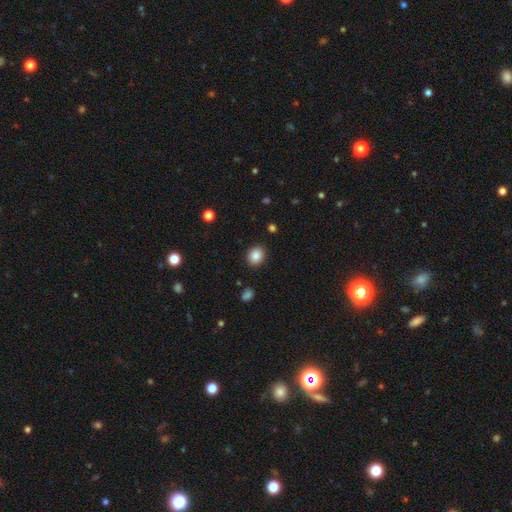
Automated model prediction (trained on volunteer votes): Q: Smooth or featured?
A: smooth (85%); runner-up: star or artifact (9%)
Q: How rounded?
A: round (65%); runner-up: in between (34%)
Q: Merging?
A: none (90%); runner-up: minor disturbance (7%)